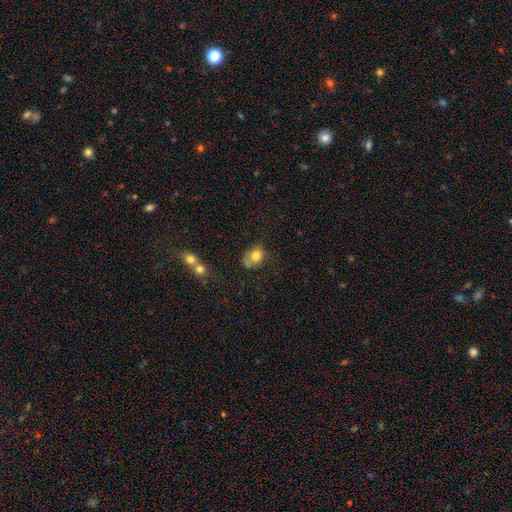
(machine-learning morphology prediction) Q: Smooth or featured?
A: smooth (77%); runner-up: featured or disk (13%)
Q: How rounded?
A: in between (57%); runner-up: round (42%)
Q: Merging?
A: none (38%); runner-up: minor disturbance (34%)